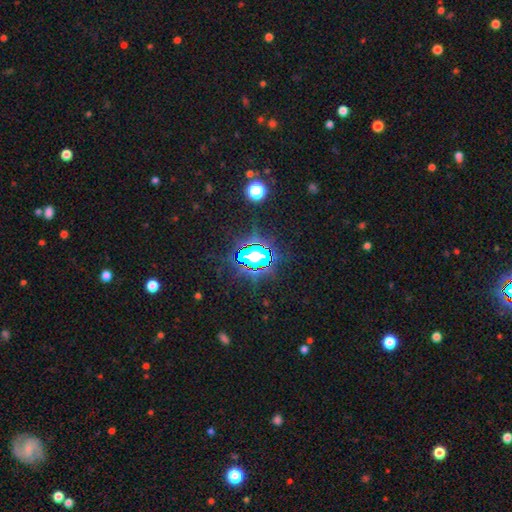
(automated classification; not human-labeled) Morphology: type=star or artifact (71%).